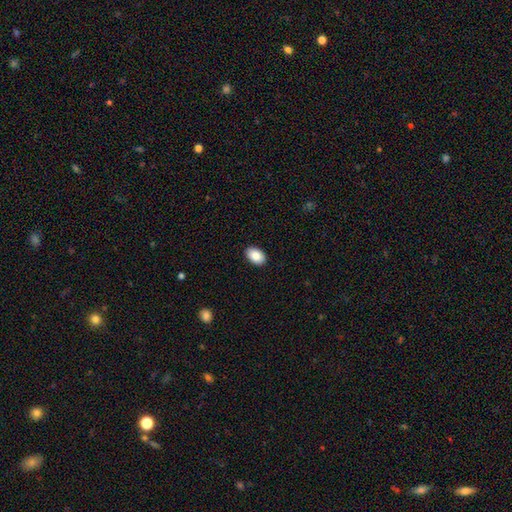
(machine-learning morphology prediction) Smooth or featured? Predicted: smooth (p=0.86). How rounded? Predicted: in between (p=0.90). Merging? Predicted: none (p=0.90).